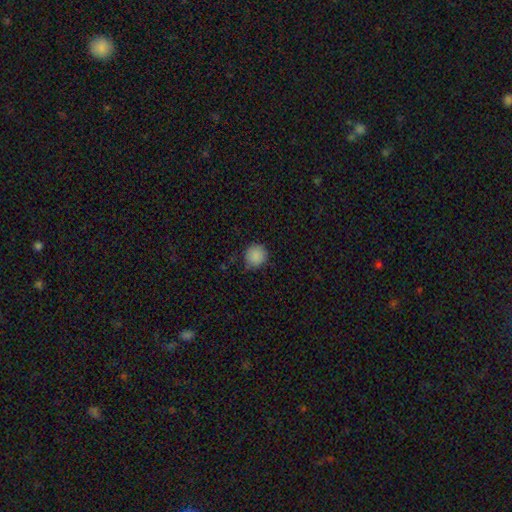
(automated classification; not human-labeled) Morphology: type=smooth (87%); roundness=round (90%); merging=none (78%).